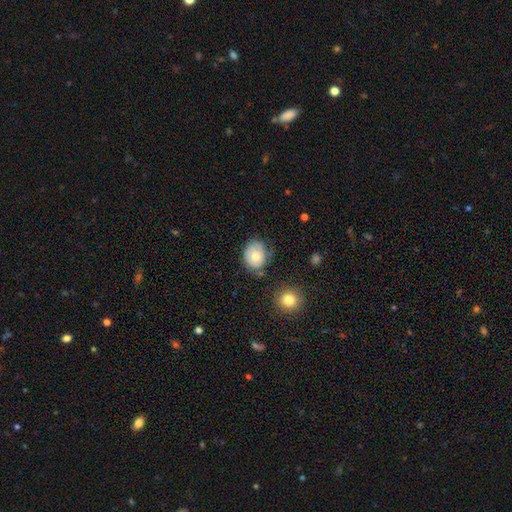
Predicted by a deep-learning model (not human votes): Smooth or featured: smooth — 63% (featured or disk — 29%)
How rounded: round — 55% (in between — 44%)
Merging: none — 56% (minor disturbance — 29%)